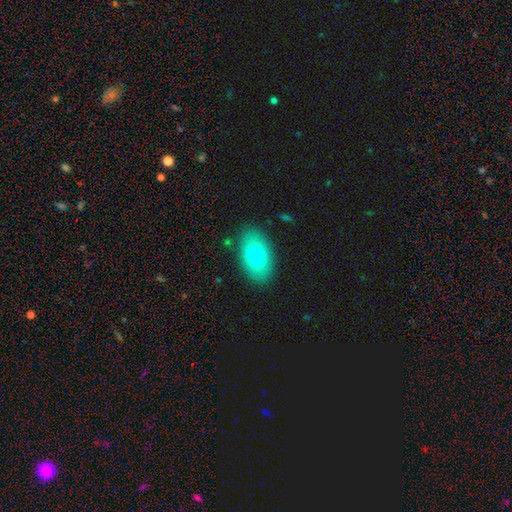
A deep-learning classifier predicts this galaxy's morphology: Overall: smooth (77%). How rounded: in between (93%). Merging: none (86%).